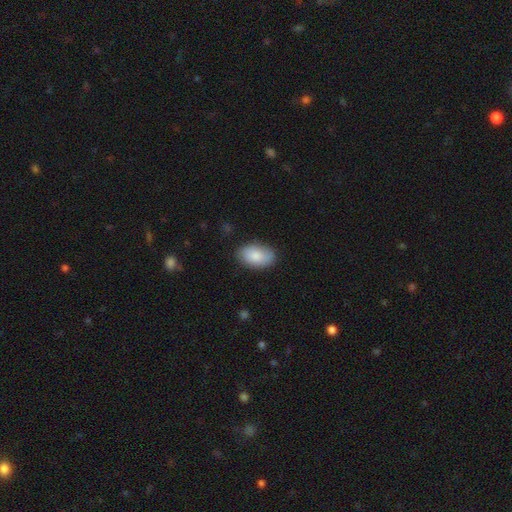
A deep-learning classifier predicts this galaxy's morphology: type=smooth (84%); roundness=in between (93%); merging=none (81%).